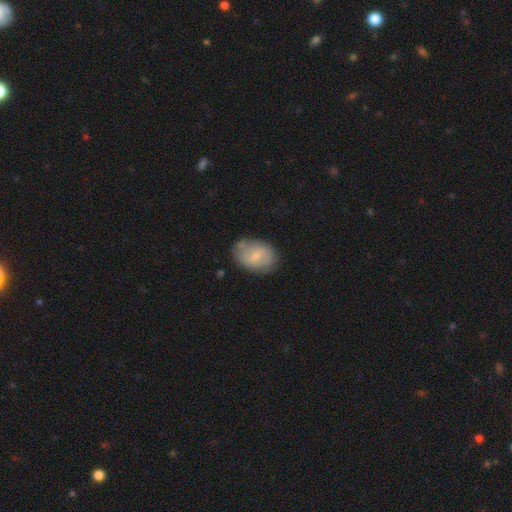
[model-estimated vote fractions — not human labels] This is likely a smooth galaxy (60%). How rounded: clearly in between (81%). Merging: likely none (72%).